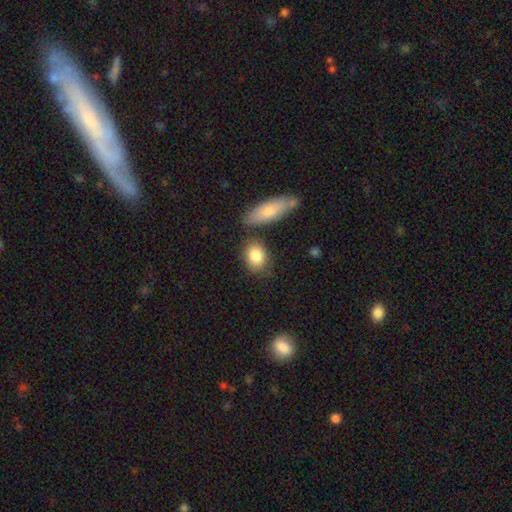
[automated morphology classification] smooth-or-featured: smooth: 84% | featured or disk: 9% | star or artifact: 7%
  how-rounded: in between: 67% | round: 30% | cigar-shaped: 3%
  merging: none: 73% | minor disturbance: 13% | merger: 11% | major disturbance: 4%